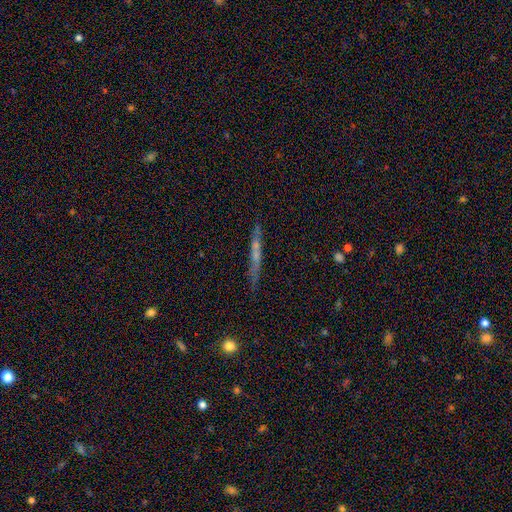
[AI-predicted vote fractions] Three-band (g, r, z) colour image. It shows a featured or disk galaxy (51%) viewed edge-on (91%). Merging: none (79%).